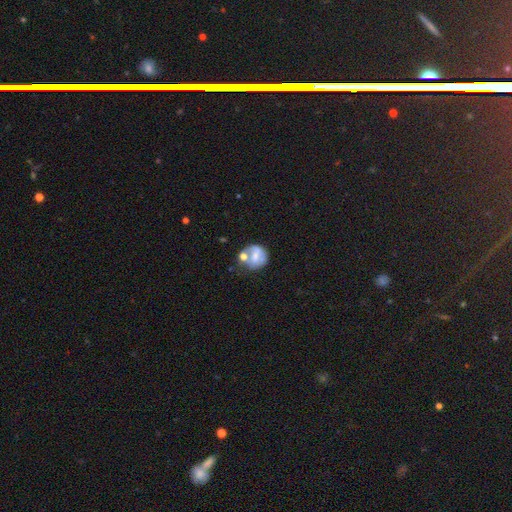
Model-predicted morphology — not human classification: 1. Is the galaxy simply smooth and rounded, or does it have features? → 47% smooth, 44% featured or disk, 9% star or artifact.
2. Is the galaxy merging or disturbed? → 41% none, 24% merger, 21% minor disturbance, 14% major disturbance.